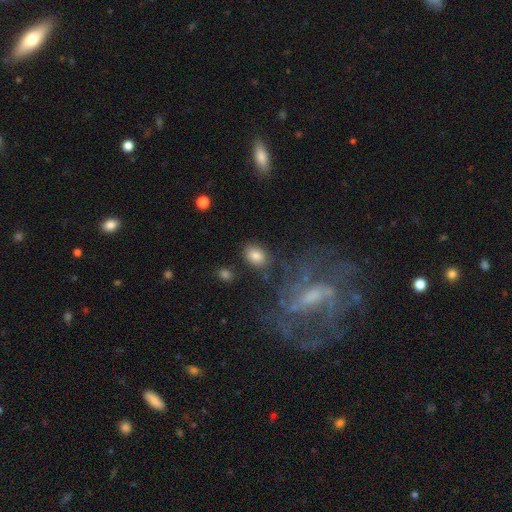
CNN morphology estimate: smooth_or_featured: smooth (p=0.82) [alt: featured or disk p=0.09]
how_rounded: in between (p=0.74) [alt: round p=0.24]
merging: none (p=0.78) [alt: minor disturbance p=0.12]